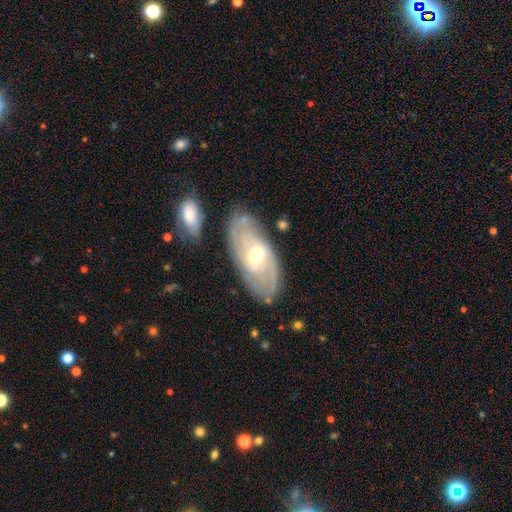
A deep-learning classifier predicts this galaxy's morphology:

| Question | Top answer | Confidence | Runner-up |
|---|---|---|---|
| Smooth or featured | featured or disk | 74% | smooth (20%) |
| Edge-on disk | no | 90% | yes (10%) |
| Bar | weak | 51% | no (33%) |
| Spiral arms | yes | 83% | no (17%) |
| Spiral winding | tight | 54% | medium (33%) |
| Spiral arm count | can't tell | 42% | 2 (39%) |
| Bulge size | moderate | 59% | small (36%) |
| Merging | none | 76% | minor disturbance (15%) |